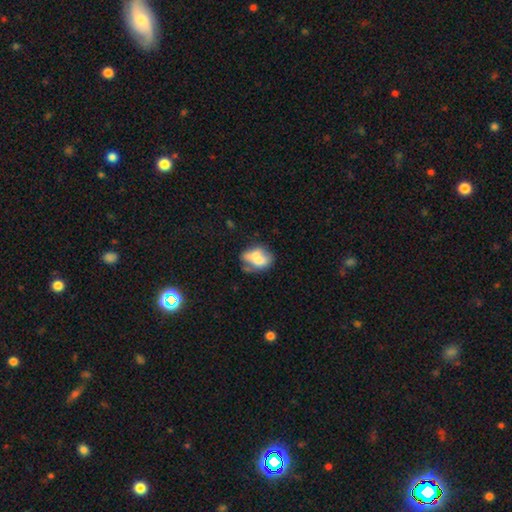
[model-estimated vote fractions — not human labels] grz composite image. It shows a smooth galaxy with no disk features (57%) that is in between round and cigar-shaped (71%). Merging: none (35%).